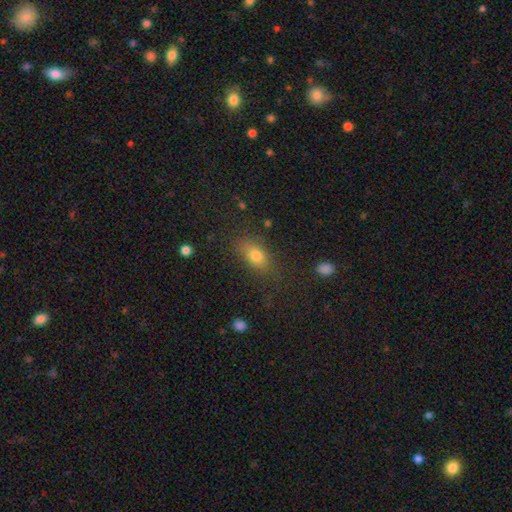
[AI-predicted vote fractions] smooth 77%, star or artifact 12%, featured or disk 11%. Down the decision tree: how rounded — in between (79%); merging — none (76%).